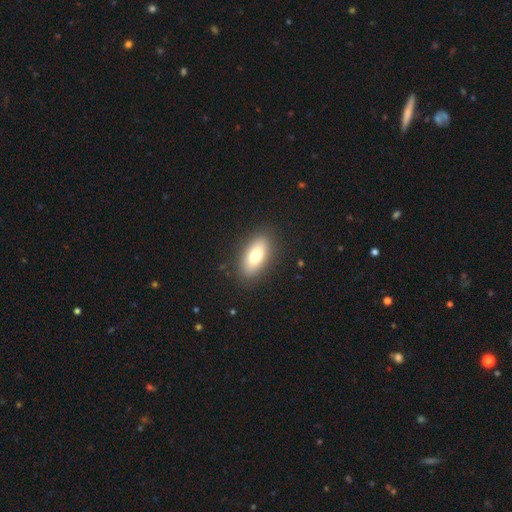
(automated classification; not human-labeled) The model was most divided on "smooth or featured": smooth: 76%, featured or disk: 16%, star or artifact: 7%. More confident: merging — none (87%); how rounded — in between (84%).